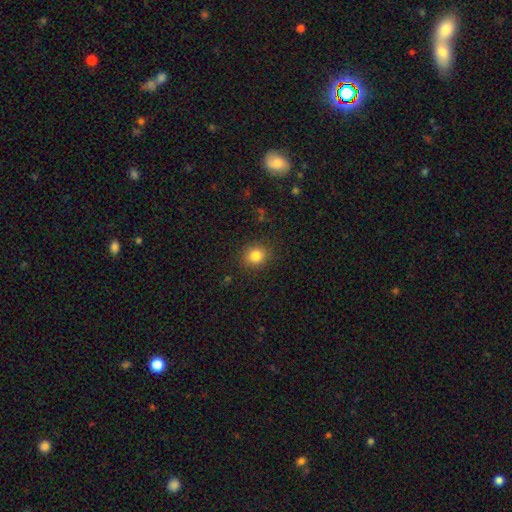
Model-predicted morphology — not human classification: Smooth or featured: smooth — 83% (star or artifact — 11%)
How rounded: round — 80% (in between — 19%)
Merging: none — 88% (minor disturbance — 8%)